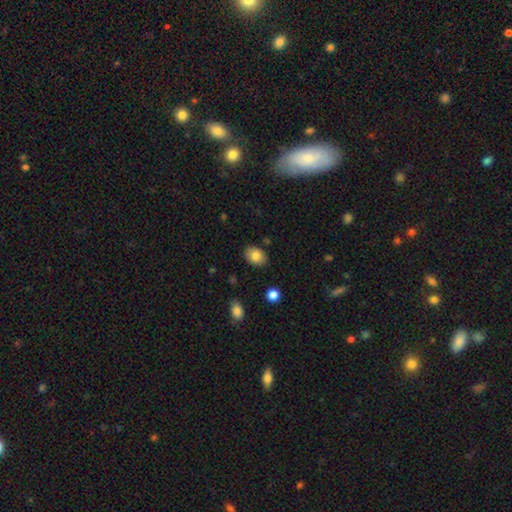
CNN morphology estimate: Smooth or featured? Predicted: smooth (p=0.83). How rounded? Predicted: in between (p=0.72). Merging? Predicted: none (p=0.84).